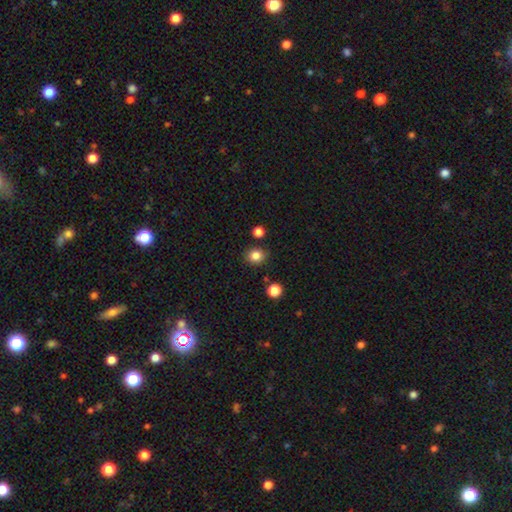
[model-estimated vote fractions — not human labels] Smooth or featured? Predicted: smooth (p=0.84). How rounded? Predicted: round (p=0.76). Merging? Predicted: none (p=0.84).